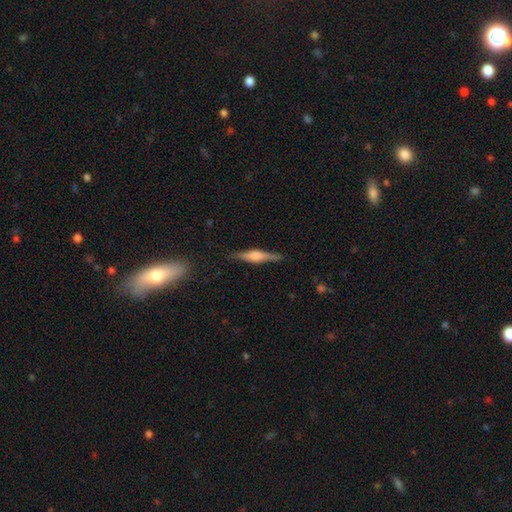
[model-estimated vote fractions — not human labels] smooth-or-featured: featured or disk: 63% | smooth: 30% | star or artifact: 7%
  disk-edge-on: yes: 97% | no: 3%
    edge-on-bulge: rounded: 71% | boxy: 24% | none: 5%
  merging: none: 87% | minor disturbance: 10% | major disturbance: 2% | merger: 1%